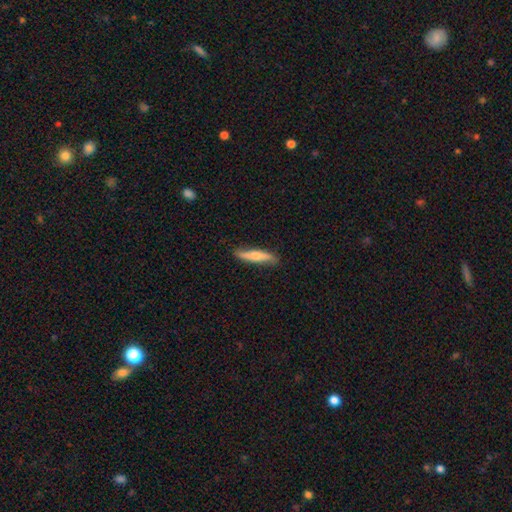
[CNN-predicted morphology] A smooth galaxy with no disk features (56%) that is cigar-shaped (82%). Merging: none (81%).